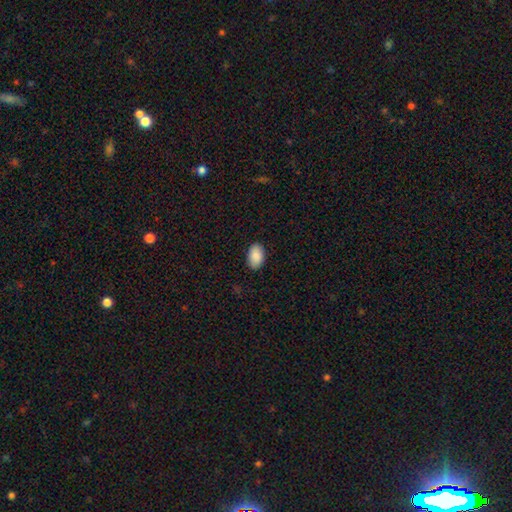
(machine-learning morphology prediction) type=smooth (89%); roundness=in between (93%); merging=none (89%).